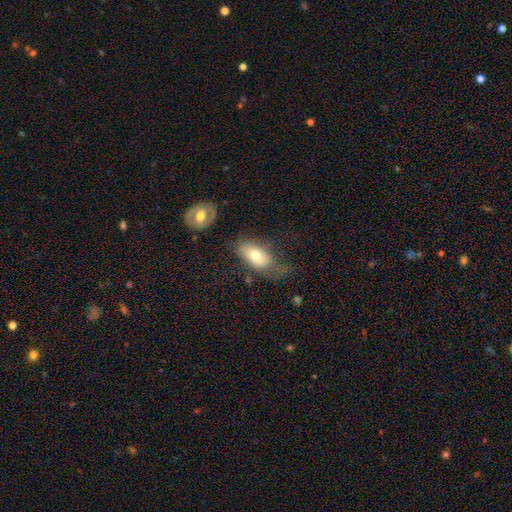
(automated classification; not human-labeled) Morphology: type=smooth (68%); roundness=in between (90%); merging=none (41%).